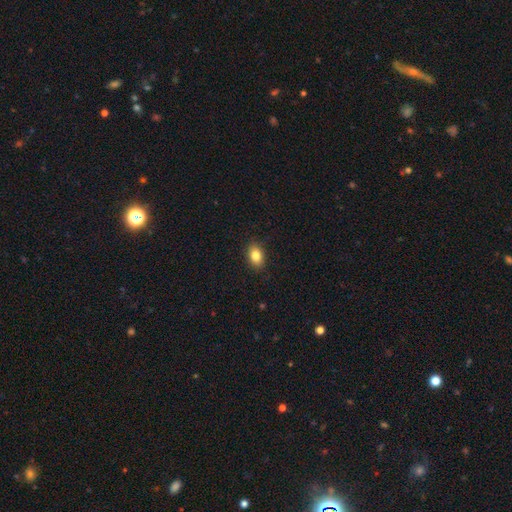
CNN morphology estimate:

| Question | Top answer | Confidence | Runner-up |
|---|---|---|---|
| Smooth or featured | smooth | 83% | star or artifact (9%) |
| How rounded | in between | 81% | round (18%) |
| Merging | none | 88% | minor disturbance (9%) |